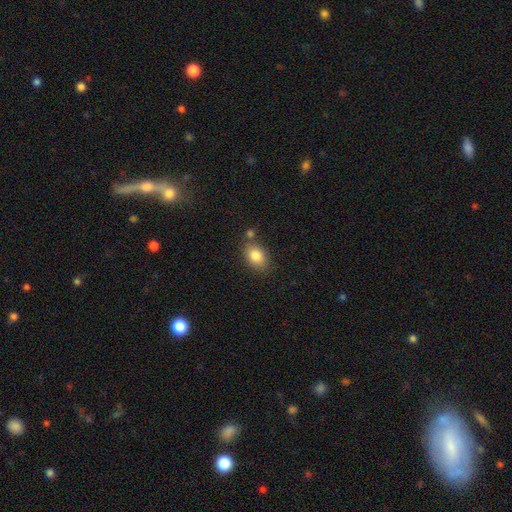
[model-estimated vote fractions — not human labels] The model was most divided on "how rounded": in between: 74%, round: 25%, cigar-shaped: 1%. More confident: smooth or featured — smooth (83%); merging — none (70%).